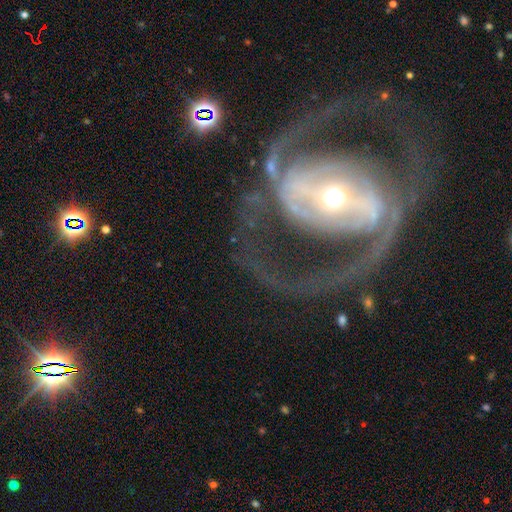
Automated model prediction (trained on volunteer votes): A featured or disk galaxy (88%) with a strong bar (59%), 2 (87%) medium (51%) spiral arms (86%) and a moderate central bulge (48%). Merging: none (69%).